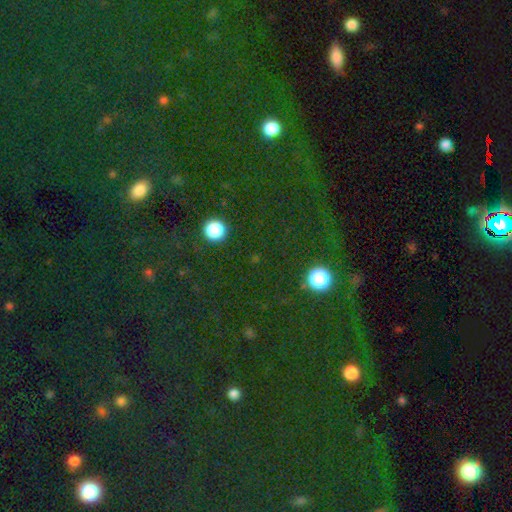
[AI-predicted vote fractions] This is likely a star or artifact rather than a galaxy (69%).